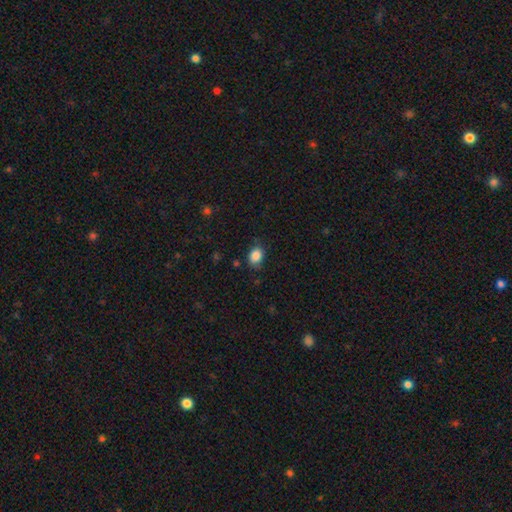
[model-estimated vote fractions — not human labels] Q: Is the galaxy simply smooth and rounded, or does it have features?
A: smooth — 87%.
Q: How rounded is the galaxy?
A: in between — 64%.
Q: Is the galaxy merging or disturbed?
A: none — 78%.